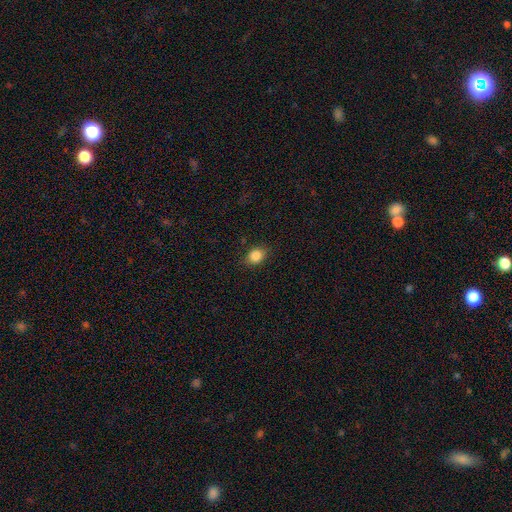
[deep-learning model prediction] This is clearly a smooth galaxy (85%). How rounded: possibly in between (53%). Merging: clearly none (84%).